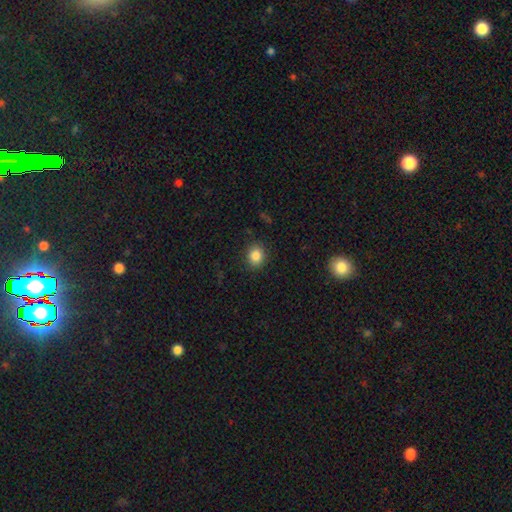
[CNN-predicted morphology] This is clearly a smooth galaxy (84%). How rounded: likely round (75%). Merging: clearly none (89%).